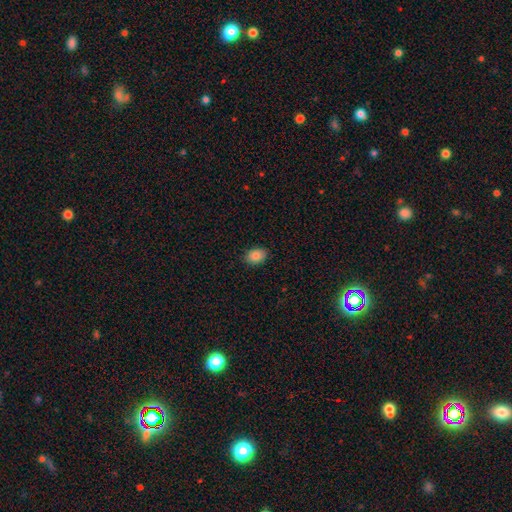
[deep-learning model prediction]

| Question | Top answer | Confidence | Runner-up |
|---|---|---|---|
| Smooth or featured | smooth | 86% | star or artifact (9%) |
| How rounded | in between | 75% | round (24%) |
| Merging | none | 88% | minor disturbance (9%) |